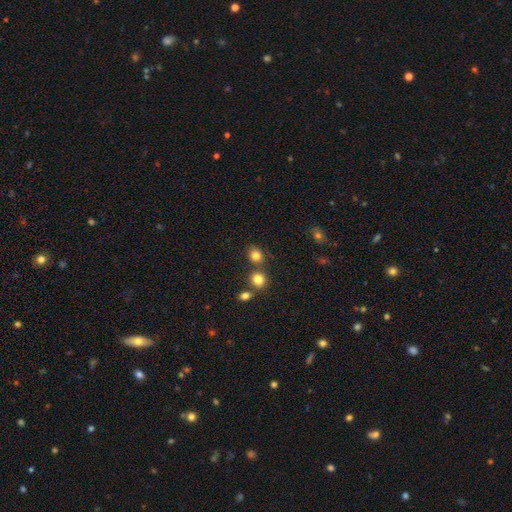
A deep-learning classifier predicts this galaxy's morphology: Overall: smooth (81%). How rounded: round (74%). Merging: none (68%).